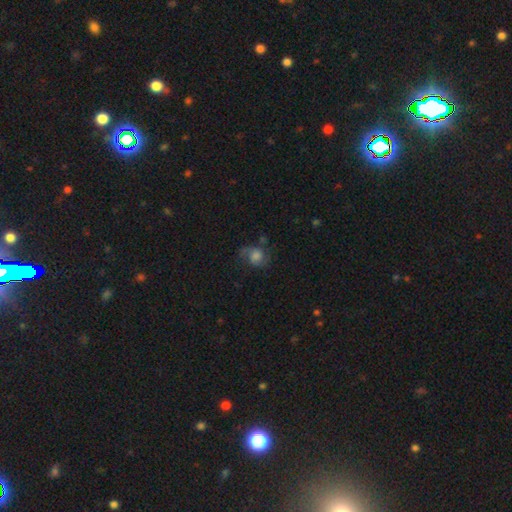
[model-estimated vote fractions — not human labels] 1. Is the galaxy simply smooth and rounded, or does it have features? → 45% smooth, 44% featured or disk, 11% star or artifact.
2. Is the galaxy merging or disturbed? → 50% none, 24% minor disturbance, 23% major disturbance, 3% merger.